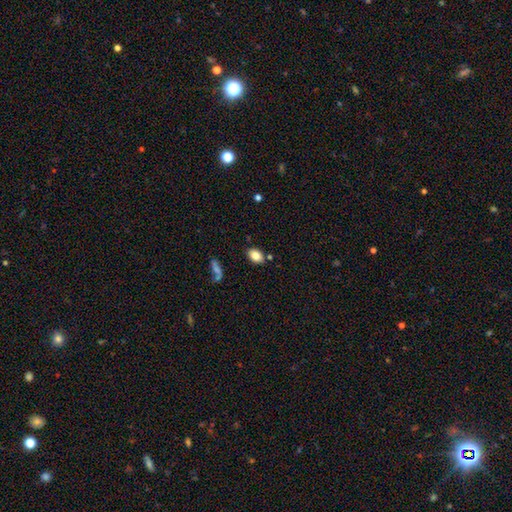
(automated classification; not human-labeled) smooth-or-featured: smooth: 83% | featured or disk: 9% | star or artifact: 8%
  how-rounded: in between: 86% | round: 13% | cigar-shaped: 1%
  merging: none: 81% | minor disturbance: 11% | merger: 5% | major disturbance: 3%